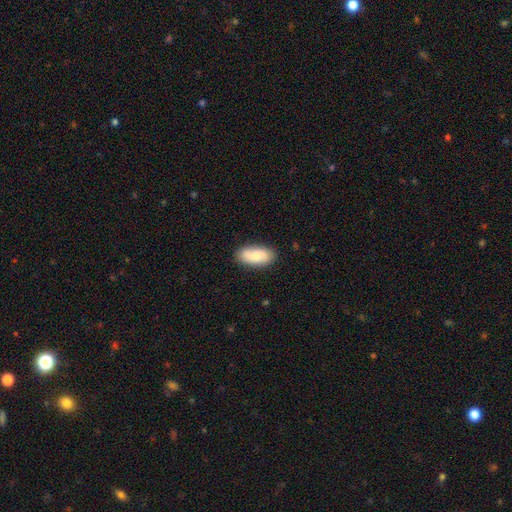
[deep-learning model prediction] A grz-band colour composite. It shows a smooth galaxy with no disk features (74%) that is in between round and cigar-shaped (90%). Merging: none (83%).